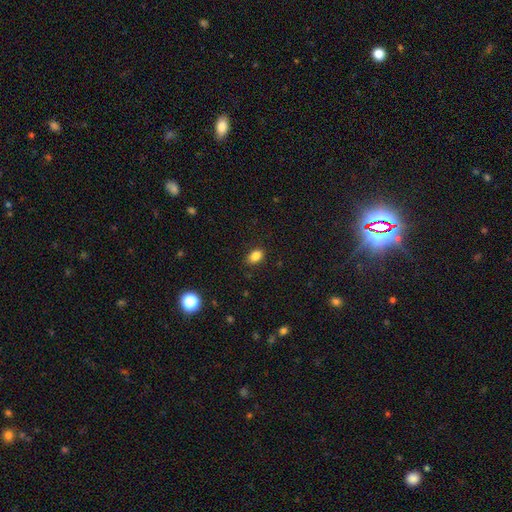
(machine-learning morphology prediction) smooth_or_featured: smooth (p=0.85) [alt: star or artifact p=0.10]
how_rounded: in between (p=0.84) [alt: round p=0.15]
merging: none (p=0.86) [alt: minor disturbance p=0.10]